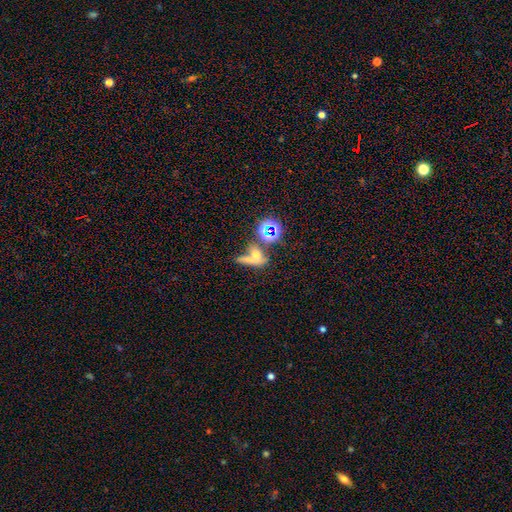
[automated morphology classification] smooth_or_featured: smooth (p=0.47) [alt: star or artifact p=0.29]
merging: merger (p=0.36) [alt: none p=0.34]